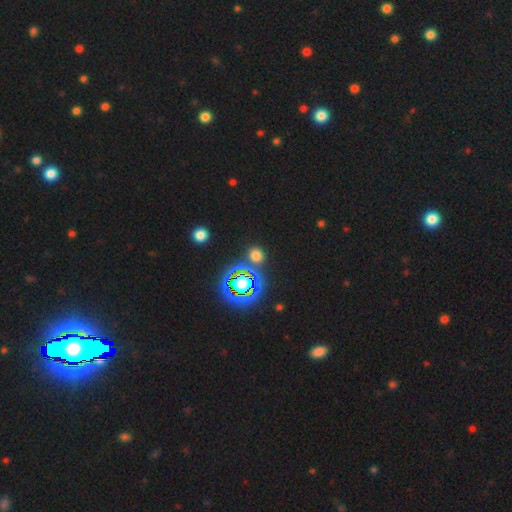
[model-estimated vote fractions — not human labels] Smooth or featured? smooth (55%)
How rounded? round (85%)
Merging? none (82%)